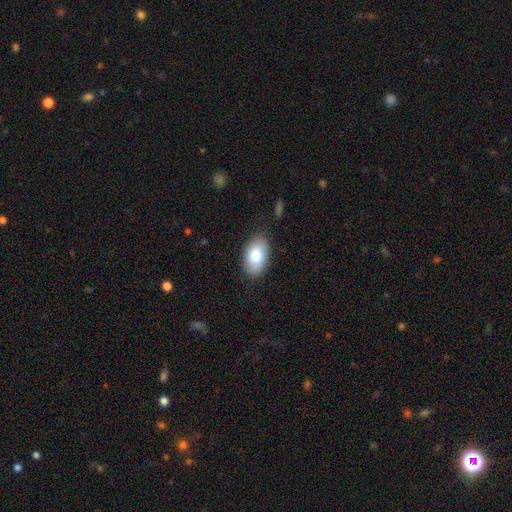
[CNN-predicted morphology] Overall: smooth (83%). How rounded: in between (94%). Merging: none (84%).